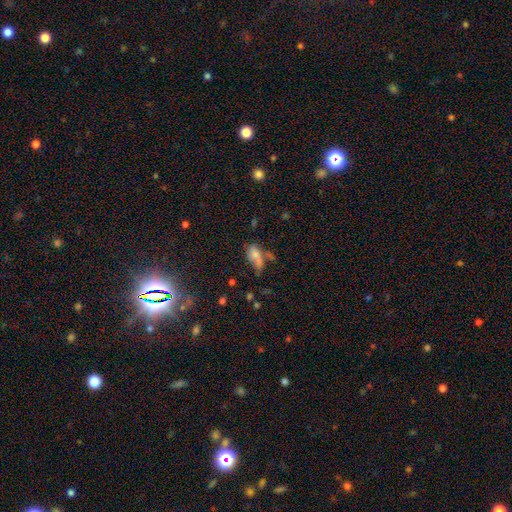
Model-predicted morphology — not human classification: Smooth or featured: smooth — 66% (featured or disk — 21%)
How rounded: in between — 84% (cigar-shaped — 10%)
Merging: none — 30% (minor disturbance — 25%)